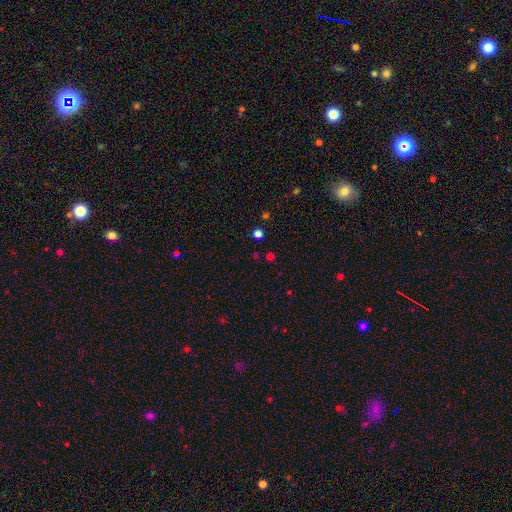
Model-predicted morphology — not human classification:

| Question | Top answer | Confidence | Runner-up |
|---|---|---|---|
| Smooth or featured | smooth | 51% | star or artifact (43%) |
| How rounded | round | 86% | in between (13%) |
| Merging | none | 85% | minor disturbance (8%) |